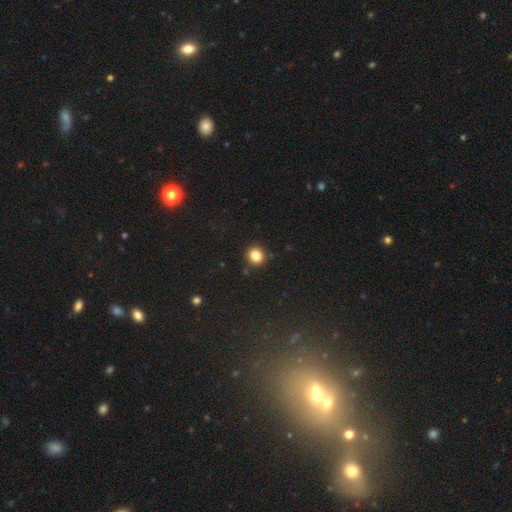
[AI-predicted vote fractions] Smooth or featured?
  - smooth: 83% *
  - star or artifact: 12%
  - featured or disk: 5%
How rounded?
  - round: 89% *
  - in between: 11%
  - cigar-shaped: 1%
Merging?
  - none: 88% *
  - minor disturbance: 8%
  - merger: 2%
  - major disturbance: 2%